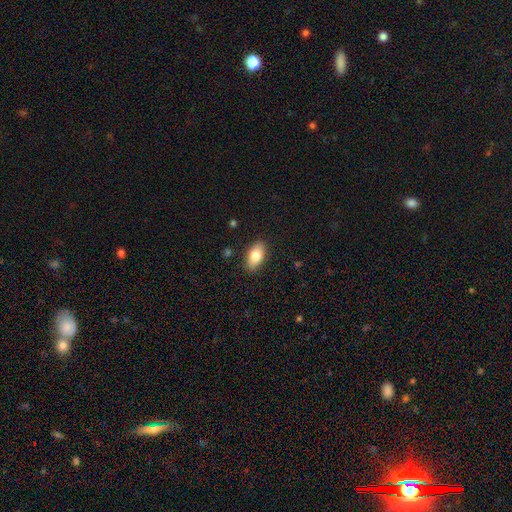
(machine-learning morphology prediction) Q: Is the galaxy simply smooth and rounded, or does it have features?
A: smooth — 81%.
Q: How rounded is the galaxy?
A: in between — 91%.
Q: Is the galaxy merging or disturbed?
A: none — 87%.